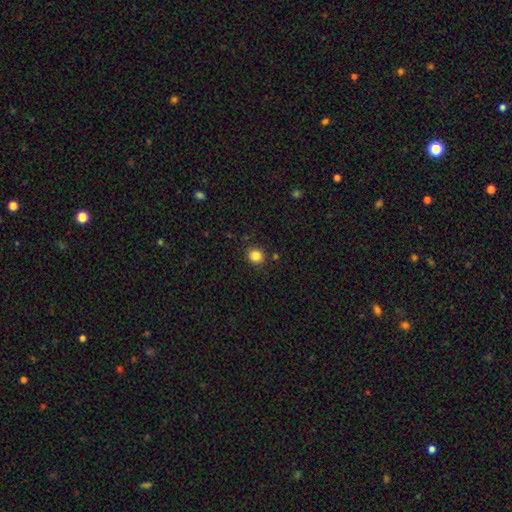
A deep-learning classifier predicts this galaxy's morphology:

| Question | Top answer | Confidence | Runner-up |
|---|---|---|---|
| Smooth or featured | smooth | 84% | star or artifact (11%) |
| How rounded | round | 85% | in between (15%) |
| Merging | none | 89% | minor disturbance (7%) |